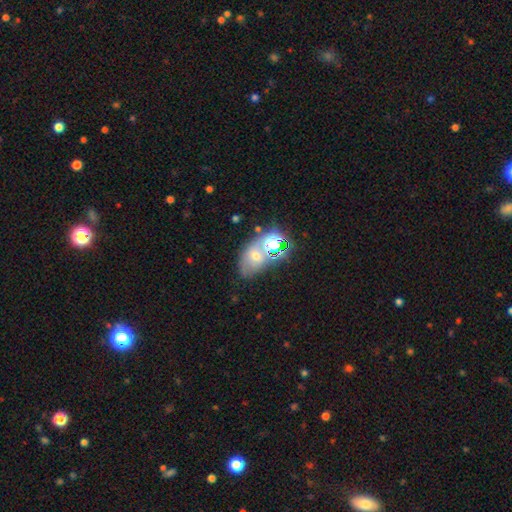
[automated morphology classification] Overall: star or artifact (39%; smooth 32%).